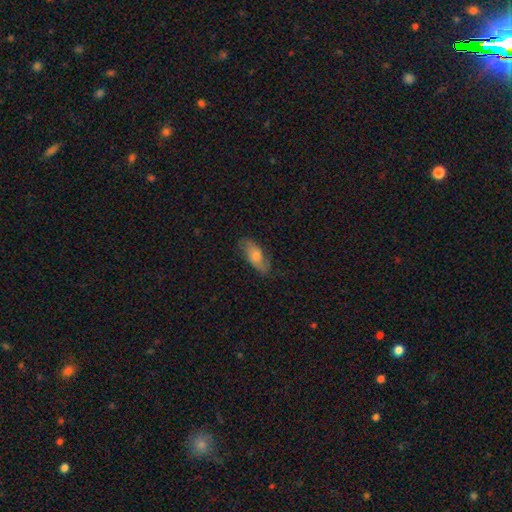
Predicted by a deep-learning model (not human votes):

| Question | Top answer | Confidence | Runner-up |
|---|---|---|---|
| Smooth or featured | smooth | 59% | featured or disk (34%) |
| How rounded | in between | 83% | cigar-shaped (14%) |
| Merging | none | 74% | minor disturbance (19%) |